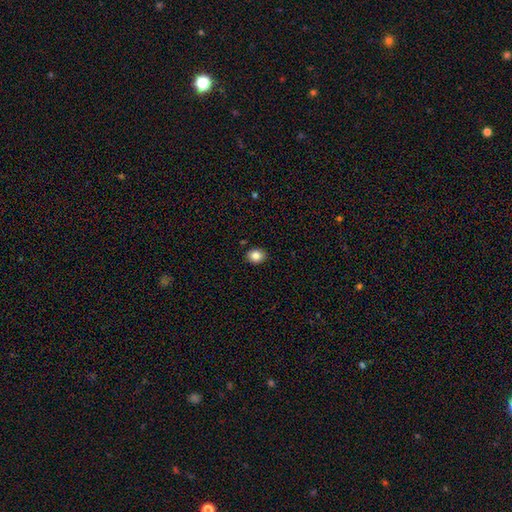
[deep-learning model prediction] smooth-or-featured: smooth: 84% | star or artifact: 10% | featured or disk: 6%
  how-rounded: round: 57% | in between: 42% | cigar-shaped: 1%
  merging: none: 89% | minor disturbance: 8% | major disturbance: 2% | merger: 1%